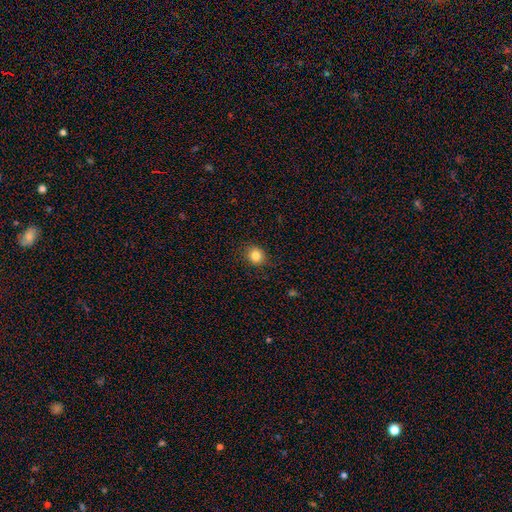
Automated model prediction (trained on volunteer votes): The model was most divided on "how rounded": round: 77%, in between: 22%, cigar-shaped: 1%. More confident: merging — none (86%); smooth or featured — smooth (84%).